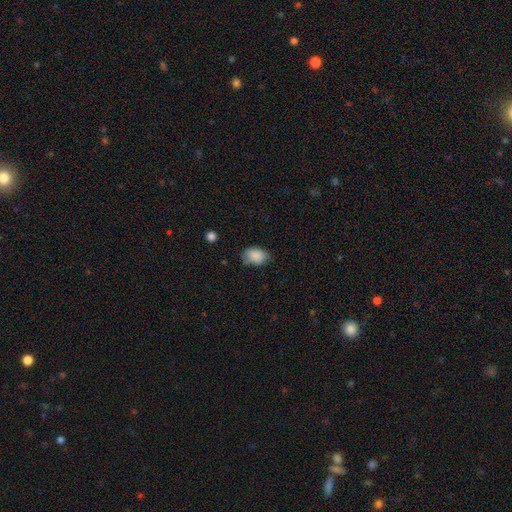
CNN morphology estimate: smooth-or-featured: smooth: 85% | star or artifact: 8% | featured or disk: 7%
  how-rounded: in between: 80% | round: 19% | cigar-shaped: 1%
  merging: none: 60% | minor disturbance: 31% | major disturbance: 7% | merger: 2%